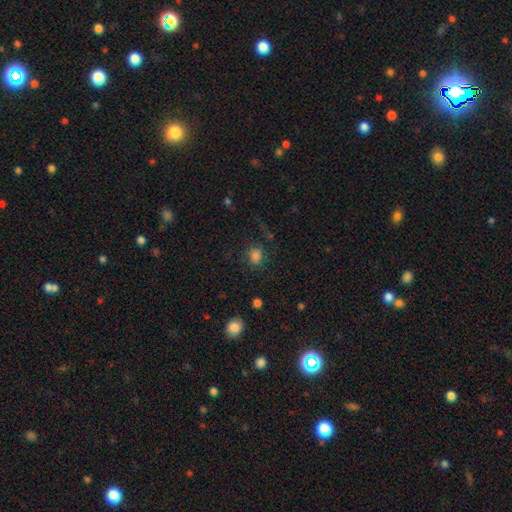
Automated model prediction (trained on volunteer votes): Morphology: type=smooth (76%); roundness=round (66%); merging=none (67%).